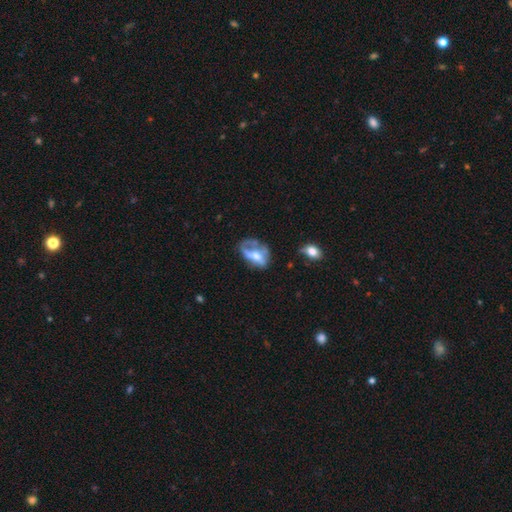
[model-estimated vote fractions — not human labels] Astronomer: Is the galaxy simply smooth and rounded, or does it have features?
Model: featured or disk — 53% (runner-up: smooth, 38%).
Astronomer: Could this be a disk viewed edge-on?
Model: no — 93%.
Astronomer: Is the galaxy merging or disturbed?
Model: major disturbance — 37% (runner-up: none, 30%).